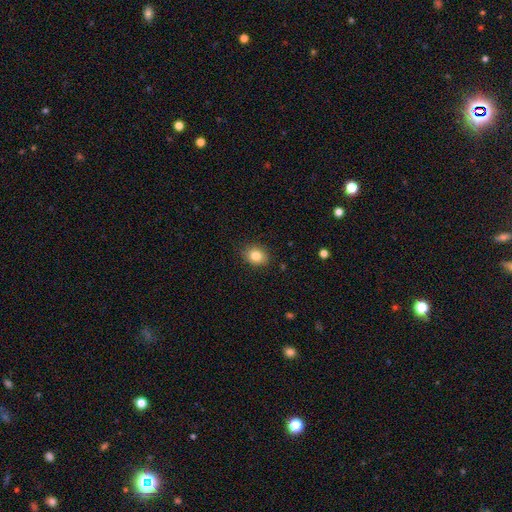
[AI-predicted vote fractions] A smooth galaxy with no disk features (83%) that is in between round and cigar-shaped (53%).

Vote fractions:
- Smooth or featured? smooth: 83% / star or artifact: 10% / featured or disk: 7%
- How rounded? in between: 53% / round: 46% / cigar-shaped: 1%
- Merging? none: 86% / minor disturbance: 10% / major disturbance: 2% / merger: 1%